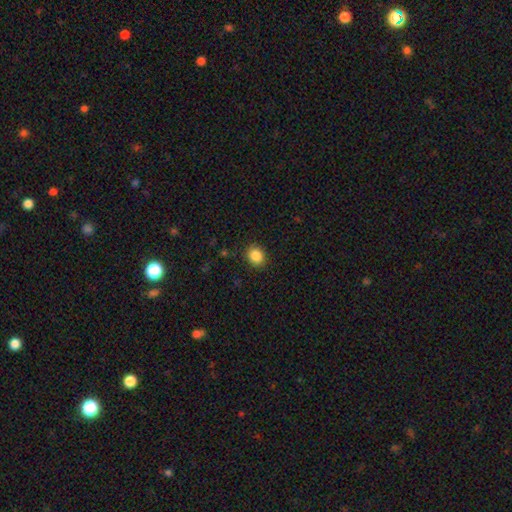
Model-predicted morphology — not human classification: This is clearly a smooth galaxy (86%). How rounded: likely round (68%). Merging: clearly none (89%).